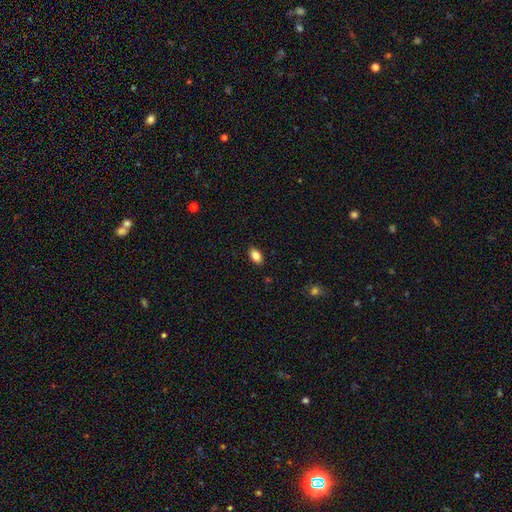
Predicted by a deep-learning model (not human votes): Overall: smooth (85%). How rounded: in between (90%). Merging: none (88%).